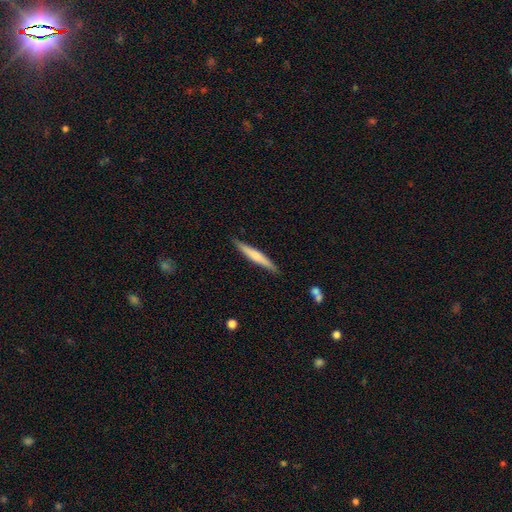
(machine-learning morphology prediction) Smooth or featured? Predicted: smooth (p=0.57). How rounded? Predicted: cigar-shaped (p=0.95). Merging? Predicted: none (p=0.88).